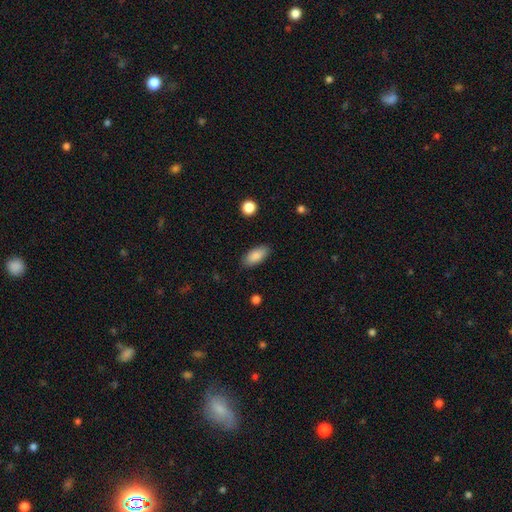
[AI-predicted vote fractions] Q: Smooth or featured?
A: smooth (87%); runner-up: star or artifact (7%)
Q: How rounded?
A: in between (89%); runner-up: cigar-shaped (8%)
Q: Merging?
A: none (86%); runner-up: minor disturbance (10%)